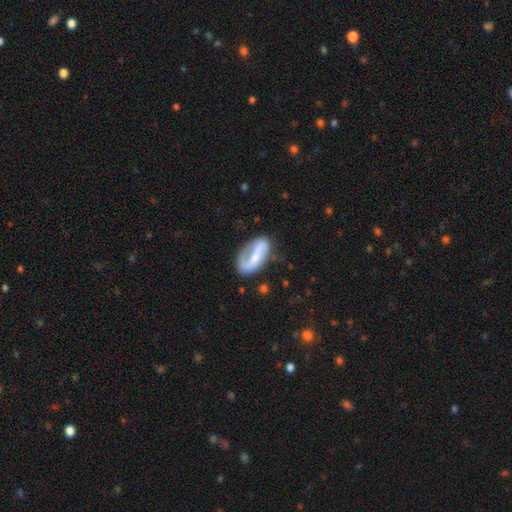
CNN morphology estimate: smooth-or-featured: featured or disk: 69% | smooth: 26% | star or artifact: 6%
  disk-edge-on: no: 95% | yes: 5%
    bar: strong: 41% | weak: 32% | no: 27%
    has-spiral-arms: yes: 83% | no: 17%
      spiral-winding: loose: 41% | medium: 36% | tight: 23%
      spiral-arm-count: 2: 56% | 1: 35% | can't tell: 8% | 3: 1% | more than 4: 1% | 4: 1%
    bulge-size: small: 48% | moderate: 30% | none: 16% | large: 5% | dominant: 2%
  merging: none: 57% | minor disturbance: 24% | major disturbance: 16% | merger: 3%